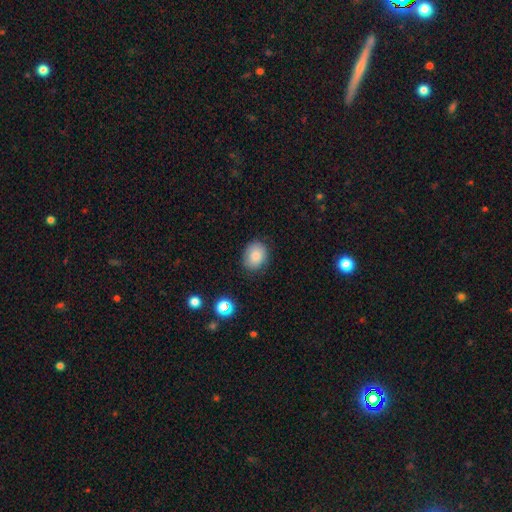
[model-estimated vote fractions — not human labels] smooth 83%, star or artifact 9%, featured or disk 8%. Down the decision tree: how rounded — round (52%); merging — none (81%).